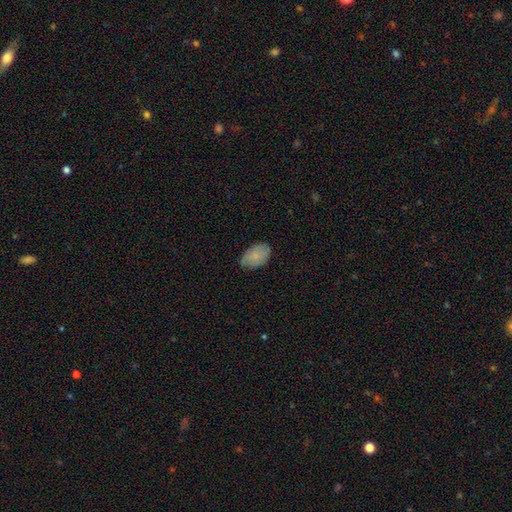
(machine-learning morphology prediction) Overall: smooth (82%). How rounded: in between (90%). Merging: none (77%).